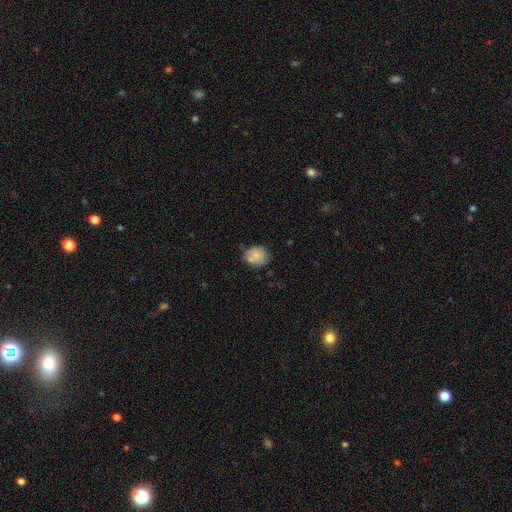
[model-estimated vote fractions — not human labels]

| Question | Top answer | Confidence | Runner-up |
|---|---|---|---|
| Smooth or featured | smooth | 70% | featured or disk (21%) |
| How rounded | round | 61% | in between (38%) |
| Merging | none | 59% | minor disturbance (25%) |